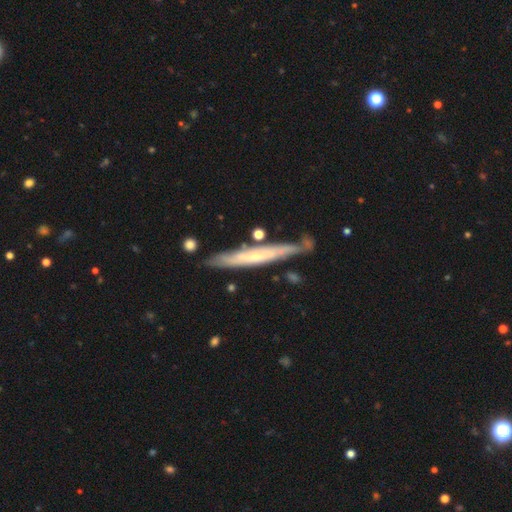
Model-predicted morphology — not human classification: Smooth or featured?
  - featured or disk: 62% *
  - smooth: 32%
  - star or artifact: 5%
Edge-on disk?
  - yes: 83% *
  - no: 17%
Edge-on bulge?
  - none: 53% *
  - rounded: 43%
  - boxy: 4%
Merging?
  - none: 76% *
  - minor disturbance: 15%
  - merger: 6%
  - major disturbance: 3%